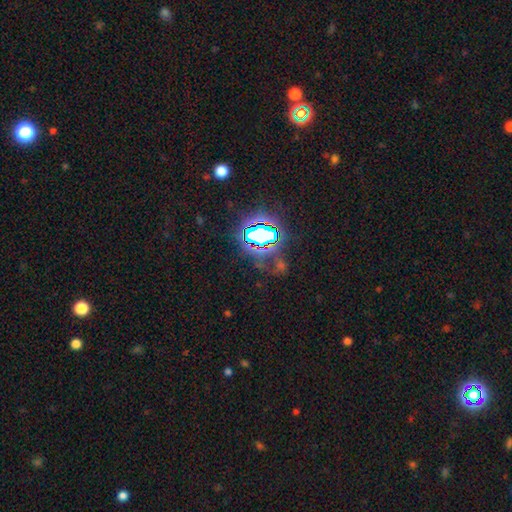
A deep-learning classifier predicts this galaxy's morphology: type=star or artifact (82%).